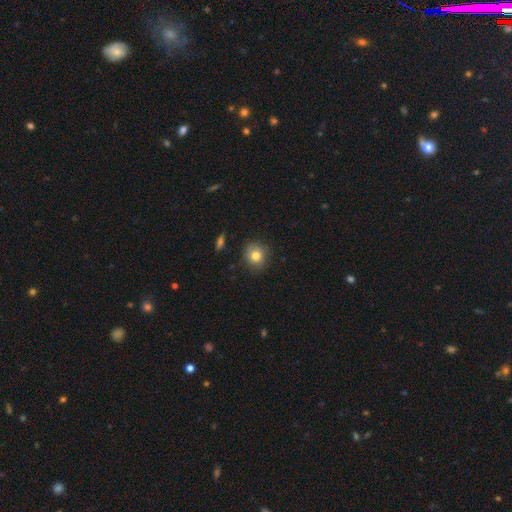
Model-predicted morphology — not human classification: Smooth or featured?
  - smooth: 78% *
  - featured or disk: 11%
  - star or artifact: 10%
How rounded?
  - round: 87% *
  - in between: 12%
  - cigar-shaped: 1%
Merging?
  - none: 82% *
  - minor disturbance: 13%
  - major disturbance: 3%
  - merger: 2%